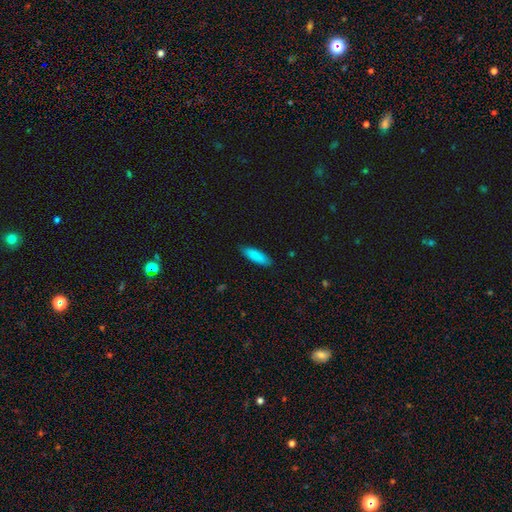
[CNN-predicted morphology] This appears to be a smooth galaxy with no disk features (88%) that is in between round and cigar-shaped (51%). Merging: none (87%).